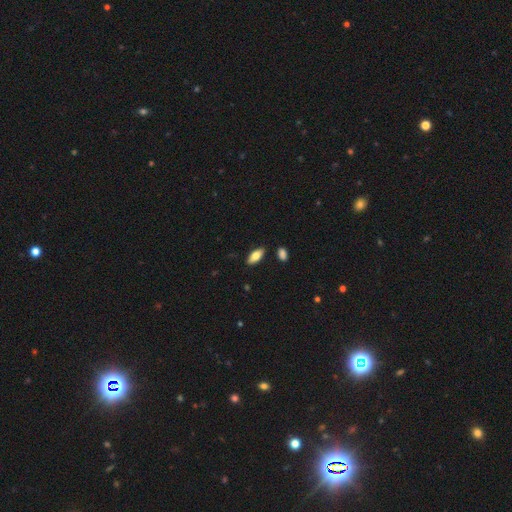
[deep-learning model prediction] Smooth or featured? Predicted: smooth (p=0.78). How rounded? Predicted: in between (p=0.84). Merging? Predicted: none (p=0.87).